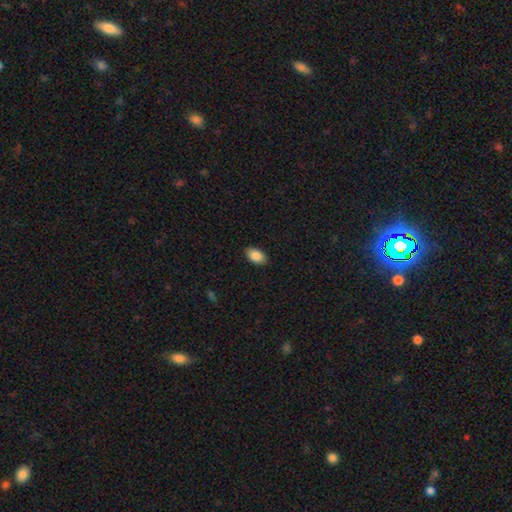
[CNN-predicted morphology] This is clearly a smooth galaxy (87%). How rounded: clearly in between (91%). Merging: clearly none (88%).